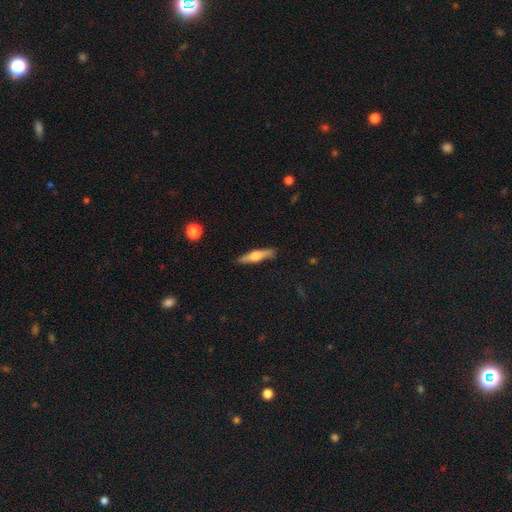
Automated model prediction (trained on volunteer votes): smooth_or_featured: featured or disk (p=0.56) [alt: smooth p=0.38]
disk_edge_on: yes (p=0.96) [alt: no p=0.04]
edge_on_bulge: rounded (p=0.90) [alt: boxy p=0.06]
merging: none (p=0.87) [alt: minor disturbance p=0.09]